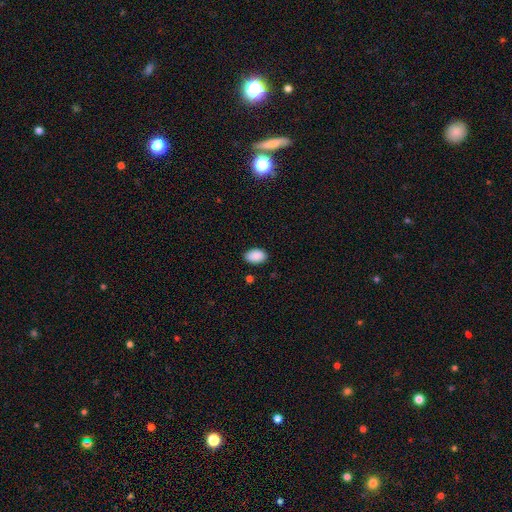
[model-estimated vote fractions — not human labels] A smooth galaxy with no disk features (90%) that is in between round and cigar-shaped (89%). Merging: none (85%).